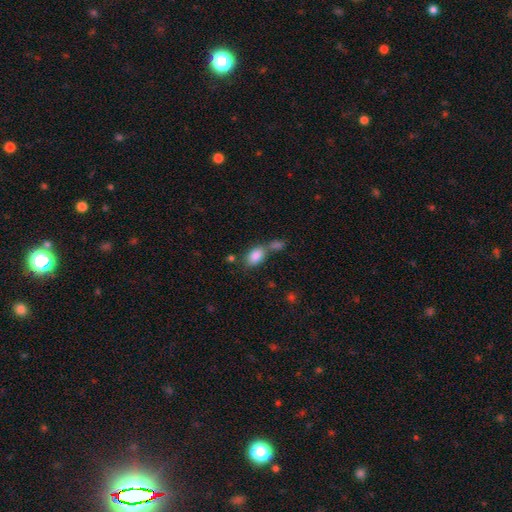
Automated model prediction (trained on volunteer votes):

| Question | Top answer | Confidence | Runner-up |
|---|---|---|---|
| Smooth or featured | smooth | 85% | star or artifact (8%) |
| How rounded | in between | 90% | round (8%) |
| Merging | none | 48% | merger (36%) |